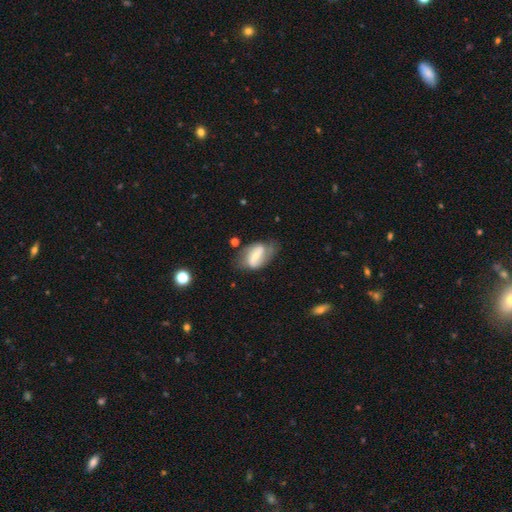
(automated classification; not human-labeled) Smooth or featured? featured or disk (64%)
Edge-on disk? no (95%)
Bar? strong (47%)
Spiral arms? yes (83%)
Spiral winding? loose (42%)
Spiral arm count? 2 (78%)
Bulge size? small (51%)
Merging? none (53%)